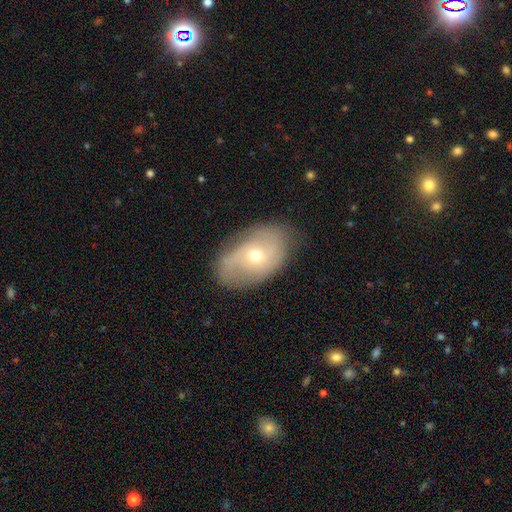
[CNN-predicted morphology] A featured or disk galaxy (58%) with no bar (76%), spiral arms (67%) and a moderate central bulge (50%).

Vote fractions:
- Smooth or featured? featured or disk: 58% / smooth: 34% / star or artifact: 9%
- Edge-on disk? no: 92% / yes: 8%
- Bar? no: 76% / weak: 20% / strong: 5%
- Spiral arms? yes: 67% / no: 33%
- Bulge size? moderate: 50% / small: 46% / large: 2% / dominant: 1% / none: 1%
- Merging? none: 72% / minor disturbance: 20% / major disturbance: 7% / merger: 1%